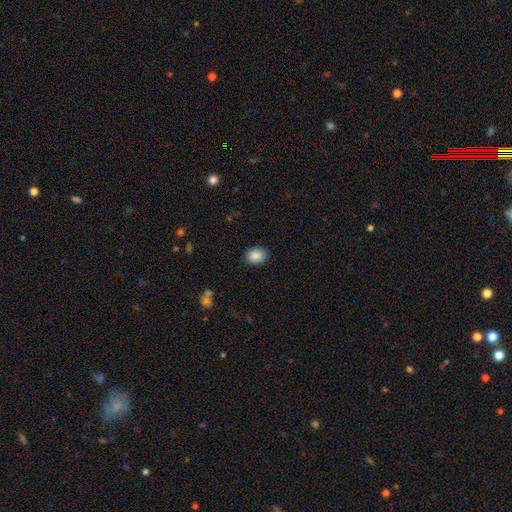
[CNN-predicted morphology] Q: Smooth or featured?
A: smooth (89%); runner-up: star or artifact (8%)
Q: How rounded?
A: in between (60%); runner-up: round (39%)
Q: Merging?
A: none (88%); runner-up: minor disturbance (9%)